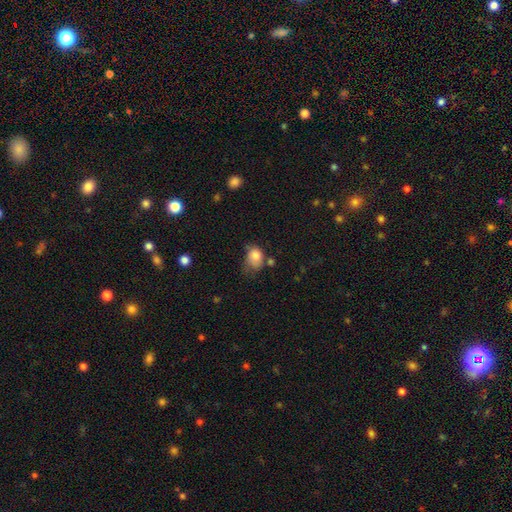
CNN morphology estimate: A smooth galaxy with no disk features (79%) that is in between round and cigar-shaped (57%). Merging: minor disturbance (37%).